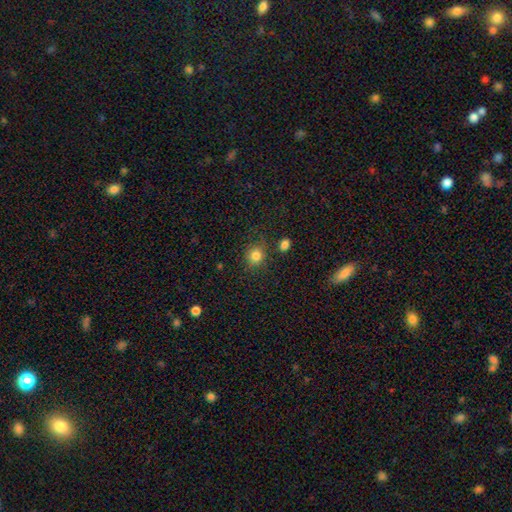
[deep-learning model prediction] The model was most divided on "how rounded": round: 76%, in between: 23%, cigar-shaped: 1%. More confident: smooth or featured — smooth (83%); merging — none (76%).